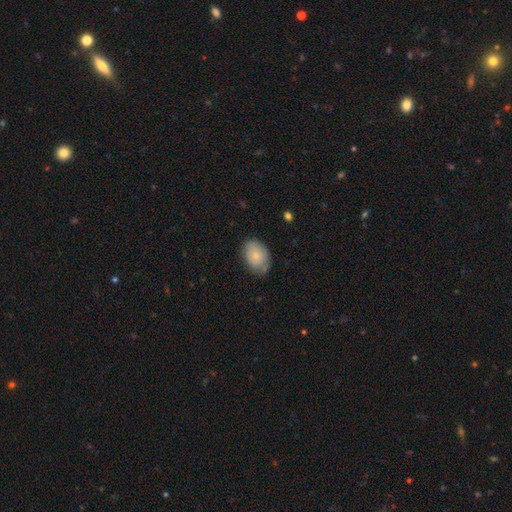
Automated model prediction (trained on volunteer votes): Morphology: type=smooth (80%); roundness=in between (84%); merging=none (69%).